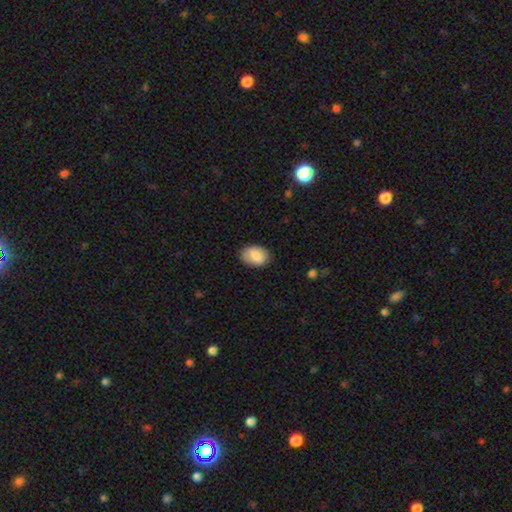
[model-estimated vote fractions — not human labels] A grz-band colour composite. It shows a smooth galaxy with no disk features (84%) that is in between round and cigar-shaped (85%). Merging: none (80%).